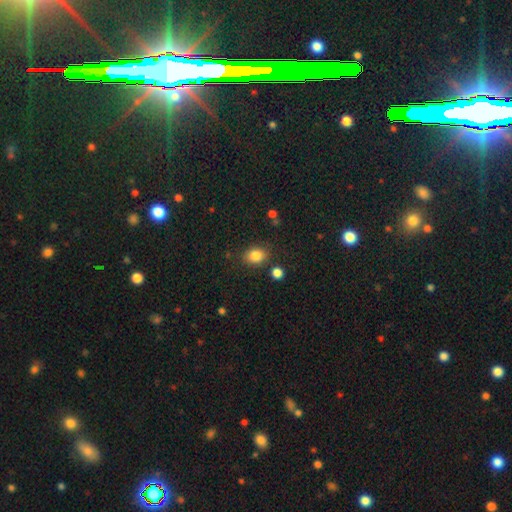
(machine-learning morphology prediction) Smooth or featured?
  - smooth: 84% *
  - star or artifact: 10%
  - featured or disk: 6%
How rounded?
  - in between: 59% *
  - round: 40%
  - cigar-shaped: 1%
Merging?
  - none: 81% *
  - minor disturbance: 11%
  - merger: 4%
  - major disturbance: 3%